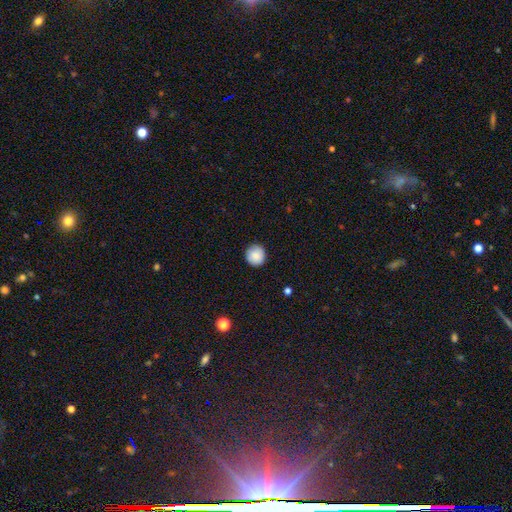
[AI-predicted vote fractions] Smooth or featured?
  - smooth: 85% *
  - star or artifact: 8%
  - featured or disk: 7%
How rounded?
  - round: 93% *
  - in between: 6%
  - cigar-shaped: 1%
Merging?
  - none: 89% *
  - minor disturbance: 8%
  - major disturbance: 2%
  - merger: 1%